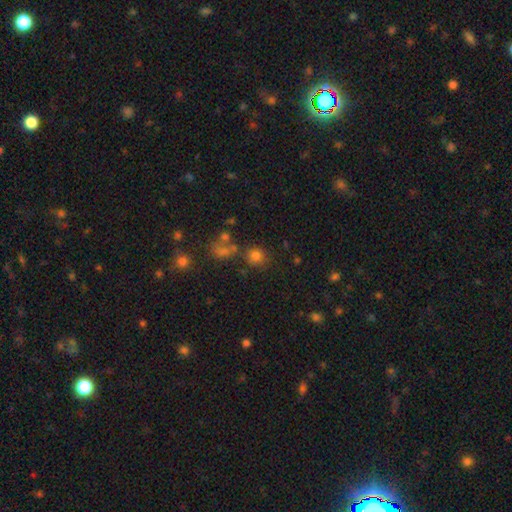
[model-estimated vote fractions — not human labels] smooth_or_featured: smooth (p=0.75) [alt: star or artifact p=0.17]
how_rounded: round (p=0.83) [alt: in between p=0.16]
merging: none (p=0.67) [alt: merger p=0.14]